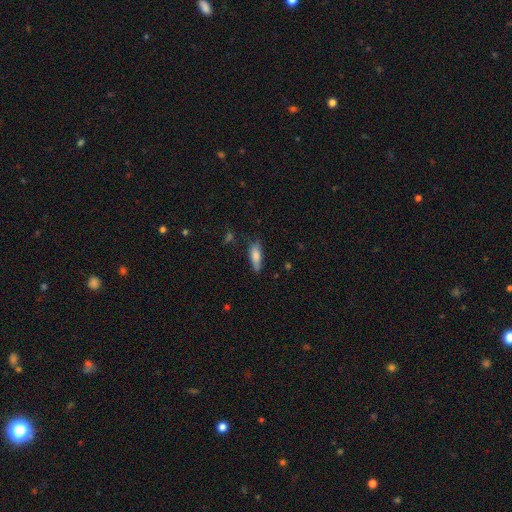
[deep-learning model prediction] smooth_or_featured: smooth (p=0.78) [alt: featured or disk p=0.15]
how_rounded: in between (p=0.55) [alt: cigar-shaped p=0.43]
merging: none (p=0.71) [alt: minor disturbance p=0.22]